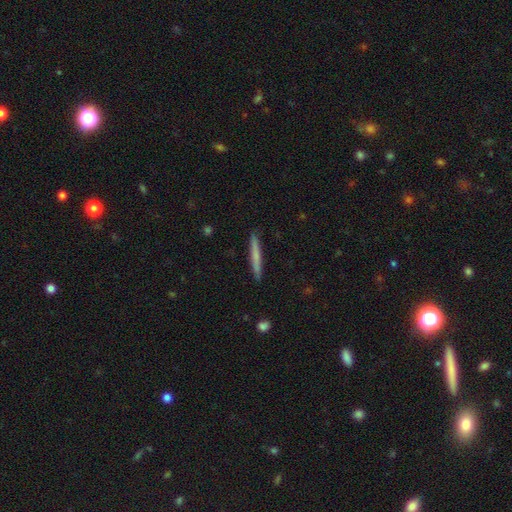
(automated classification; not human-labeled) This is likely a smooth galaxy (65%). How rounded: clearly cigar-shaped (97%). Merging: clearly none (91%).